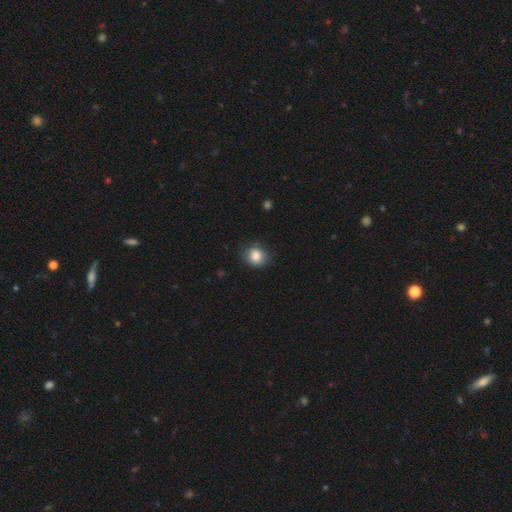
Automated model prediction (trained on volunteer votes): smooth-or-featured: smooth: 86% | star or artifact: 9% | featured or disk: 6%
  how-rounded: round: 73% | in between: 26% | cigar-shaped: 1%
  merging: none: 79% | minor disturbance: 16% | major disturbance: 4% | merger: 1%